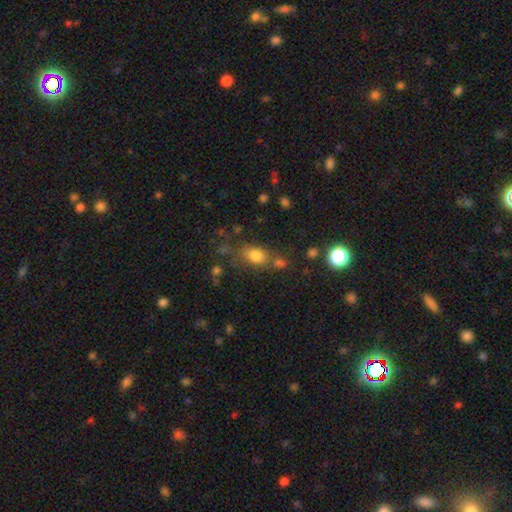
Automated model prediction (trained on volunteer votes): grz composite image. It shows a smooth galaxy with no disk features (78%) that is in between round and cigar-shaped (76%). Merging: none (60%).